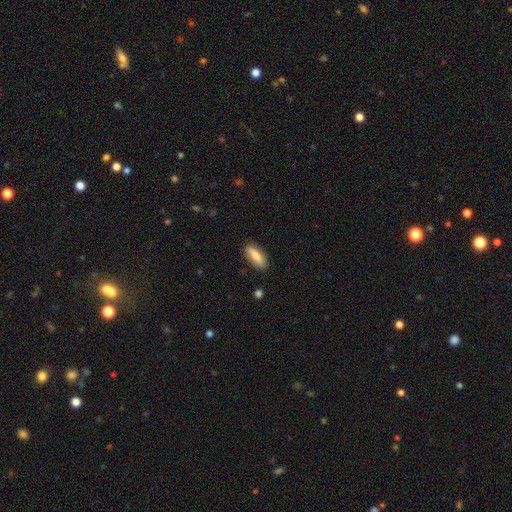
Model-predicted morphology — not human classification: Smooth or featured? smooth (82%)
How rounded? in between (63%)
Merging? none (85%)